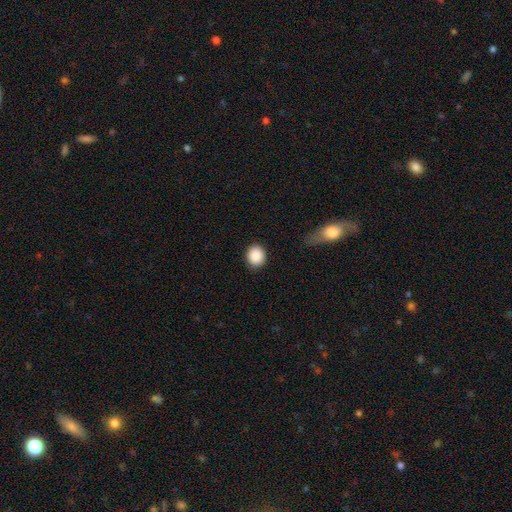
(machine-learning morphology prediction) This is clearly a smooth galaxy (89%). How rounded: likely round (79%). Merging: clearly none (88%).